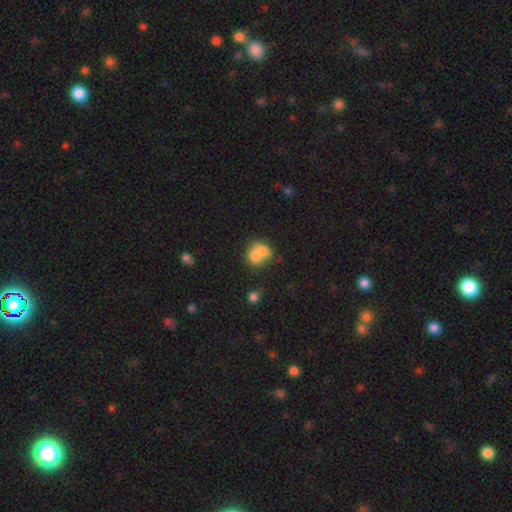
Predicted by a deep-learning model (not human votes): smooth 69%, featured or disk 21%, star or artifact 10%. Down the decision tree: how rounded — round (52%); merging — merger (67%).